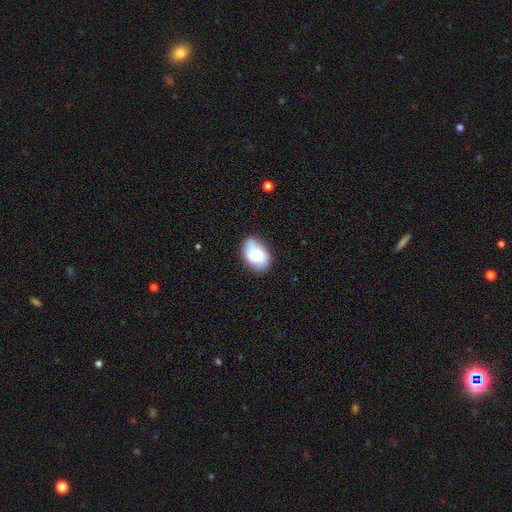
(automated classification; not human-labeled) Smooth or featured?
  - smooth: 67% *
  - featured or disk: 25%
  - star or artifact: 8%
How rounded?
  - in between: 82% *
  - round: 17%
  - cigar-shaped: 1%
Merging?
  - none: 68% *
  - minor disturbance: 23%
  - major disturbance: 5%
  - merger: 3%